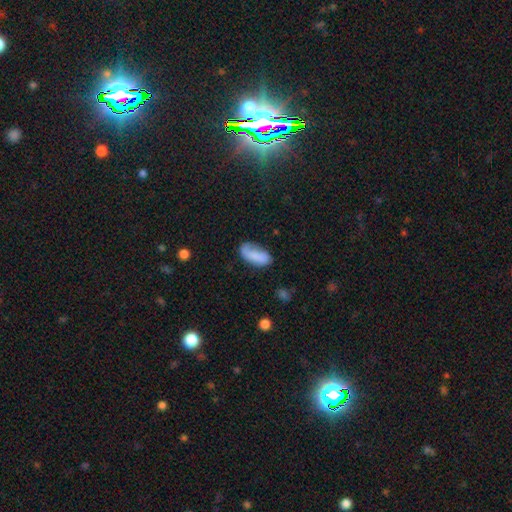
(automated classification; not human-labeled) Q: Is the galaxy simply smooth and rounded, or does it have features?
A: smooth — 75%.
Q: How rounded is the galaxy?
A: in between — 90%.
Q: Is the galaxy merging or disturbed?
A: none — 51%.